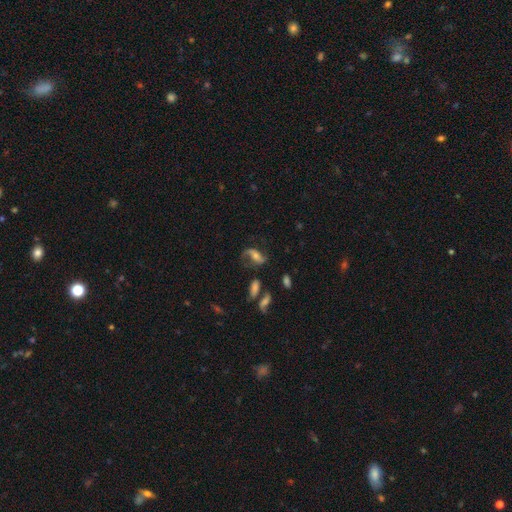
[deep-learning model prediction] A featured or disk galaxy (66%) with no bar (40%), 2 (73%) loose (65%) spiral arms (88%) and a moderate central bulge (51%).

Vote fractions:
- Smooth or featured? featured or disk: 66% / smooth: 24% / star or artifact: 10%
- Edge-on disk? no: 92% / yes: 8%
- Bar? no: 40% / weak: 34% / strong: 26%
- Spiral arms? yes: 88% / no: 12%
- Spiral winding? loose: 65% / medium: 26% / tight: 9%
- Spiral arm count? 2: 73% / 1: 19% / can't tell: 5% / 3: 1% / 4: 1% / more than 4: 1%
- Bulge size? moderate: 51% / small: 32% / large: 9% / none: 6% / dominant: 2%
- Merging? none: 54% / major disturbance: 21% / minor disturbance: 21% / merger: 4%